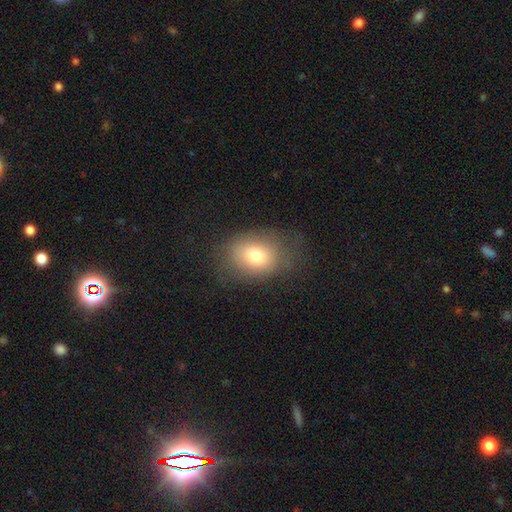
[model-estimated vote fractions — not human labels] A smooth galaxy with no disk features (75%) that is in between round and cigar-shaped (62%). Merging: none (71%).